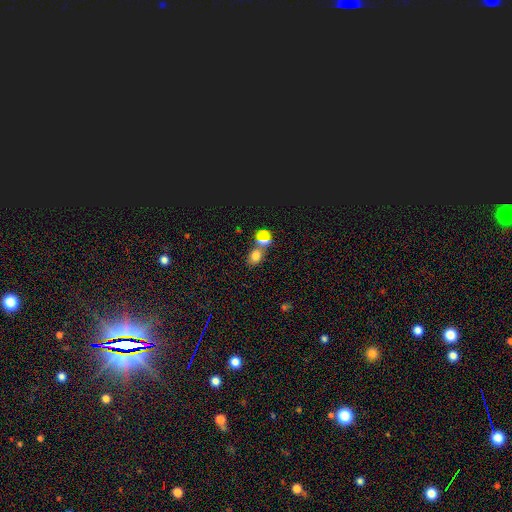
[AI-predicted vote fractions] smooth-or-featured: smooth: 70% | star or artifact: 20% | featured or disk: 10%
  how-rounded: in between: 52% | round: 47% | cigar-shaped: 2%
  merging: none: 54% | merger: 32% | minor disturbance: 10% | major disturbance: 4%